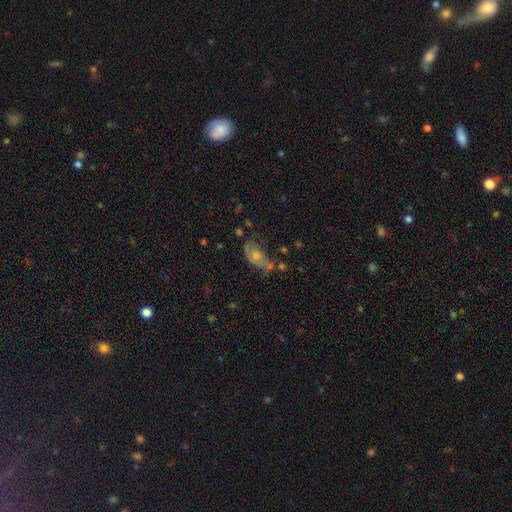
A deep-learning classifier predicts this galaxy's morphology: smooth-or-featured: featured or disk: 48% | smooth: 36% | star or artifact: 16%
  merging: none: 38% | minor disturbance: 27% | major disturbance: 21% | merger: 14%